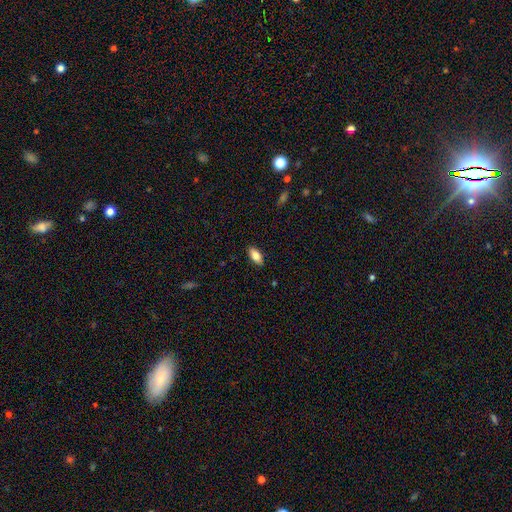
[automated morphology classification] Smooth or featured? Predicted: smooth (p=0.80). How rounded? Predicted: in between (p=0.89). Merging? Predicted: none (p=0.89).